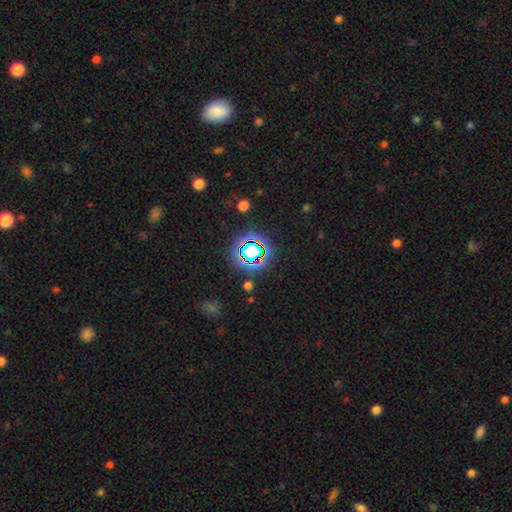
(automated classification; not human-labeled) smooth_or_featured: star or artifact (p=0.68) [alt: smooth p=0.21]